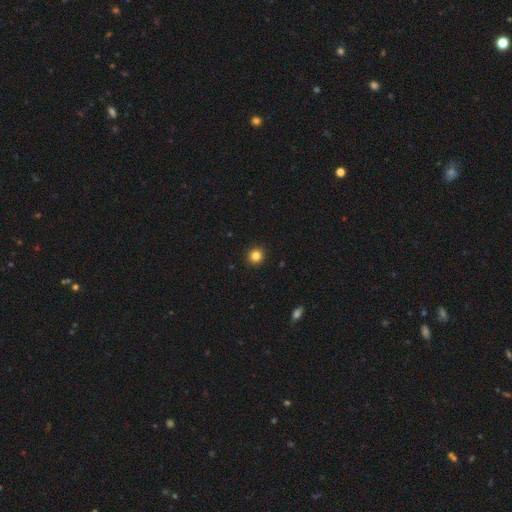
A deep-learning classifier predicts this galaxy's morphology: Overall: smooth (84%). How rounded: round (94%). Merging: none (93%).